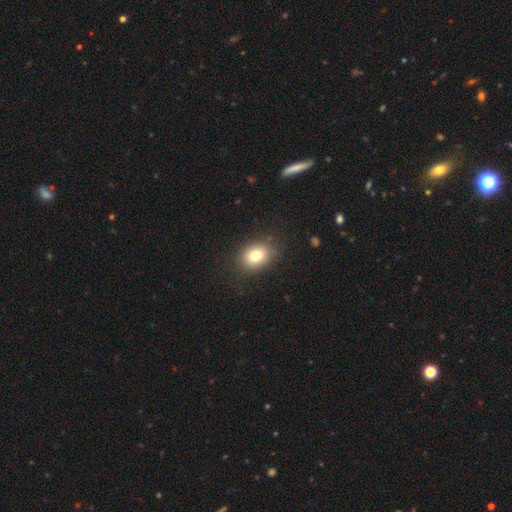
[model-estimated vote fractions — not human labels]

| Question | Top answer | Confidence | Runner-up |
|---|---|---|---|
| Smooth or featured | smooth | 78% | featured or disk (11%) |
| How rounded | in between | 58% | round (41%) |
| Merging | none | 83% | minor disturbance (12%) |